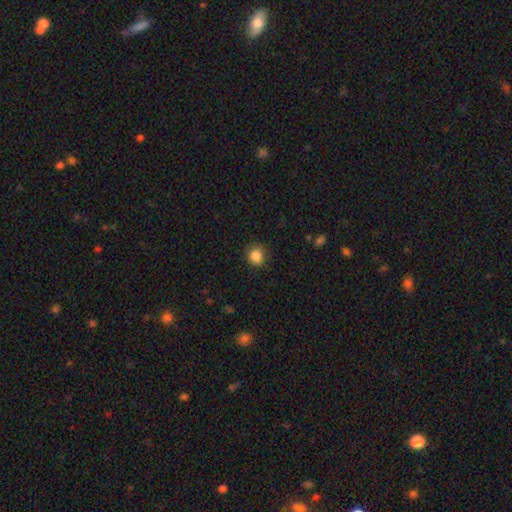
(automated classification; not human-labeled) smooth-or-featured: smooth: 85% | star or artifact: 10% | featured or disk: 5%
  how-rounded: round: 79% | in between: 20% | cigar-shaped: 1%
  merging: none: 75% | minor disturbance: 19% | major disturbance: 4% | merger: 2%